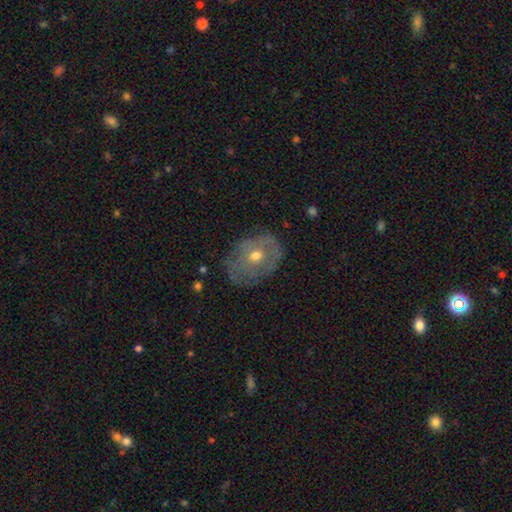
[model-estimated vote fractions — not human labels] This is possibly a featured or disk galaxy (51%). It is clearly not viewed edge-on (94%). Merging: possibly none (58%).